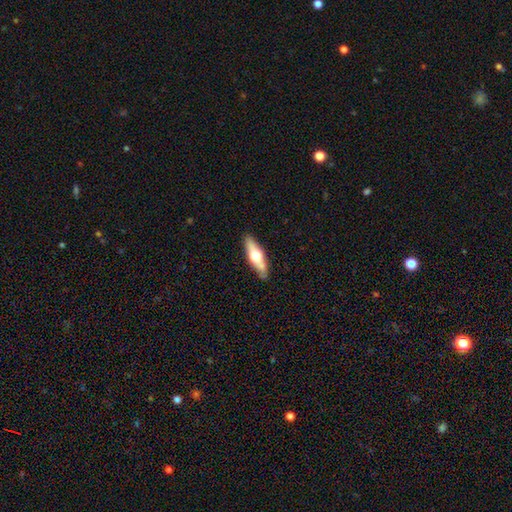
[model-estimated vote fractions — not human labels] smooth_or_featured: featured or disk (p=0.51) [alt: smooth p=0.44]
disk_edge_on: yes (p=0.87) [alt: no p=0.13]
merging: none (p=0.85) [alt: minor disturbance p=0.11]